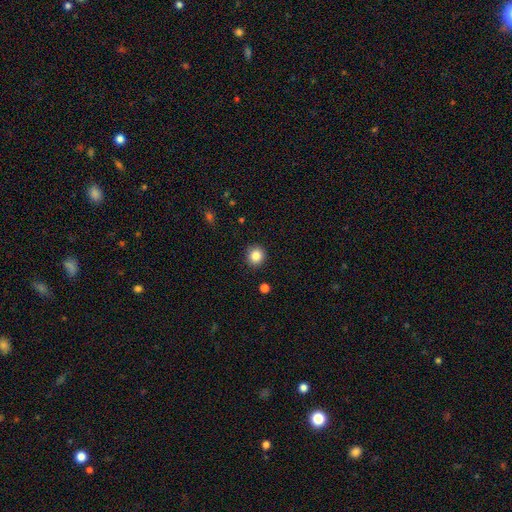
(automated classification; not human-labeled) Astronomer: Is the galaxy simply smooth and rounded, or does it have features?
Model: smooth — 85%.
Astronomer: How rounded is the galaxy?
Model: round — 91%.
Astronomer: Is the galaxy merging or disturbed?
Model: none — 91%.